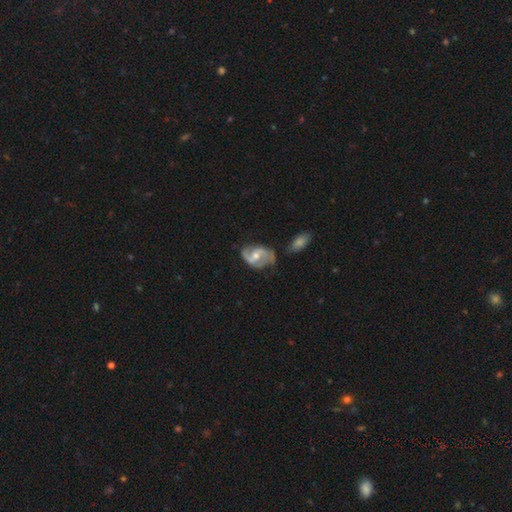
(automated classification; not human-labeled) Smooth or featured: featured or disk — 83% (smooth — 12%)
Edge-on disk: no — 97% (yes — 3%)
Bar: weak — 47% (no — 36%)
Spiral arms: yes — 93% (no — 7%)
Spiral winding: loose — 44% (medium — 43%)
Spiral arm count: 2 — 88% (can't tell — 4%)
Bulge size: moderate — 65% (small — 28%)
Merging: none — 58% (minor disturbance — 25%)